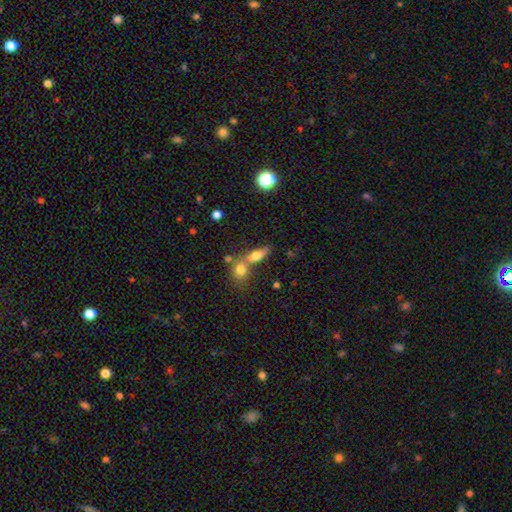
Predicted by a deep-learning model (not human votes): This is likely a smooth galaxy (63%). How rounded: possibly in between (53%). Merging: marginally merger (44%).